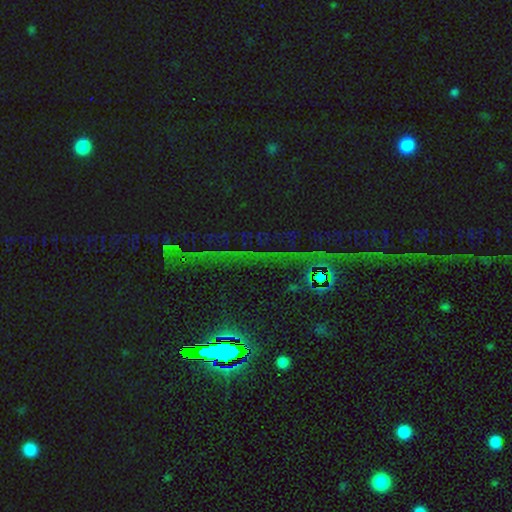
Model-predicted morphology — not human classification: Smooth or featured?
  - star or artifact: 80% *
  - featured or disk: 10%
  - smooth: 10%